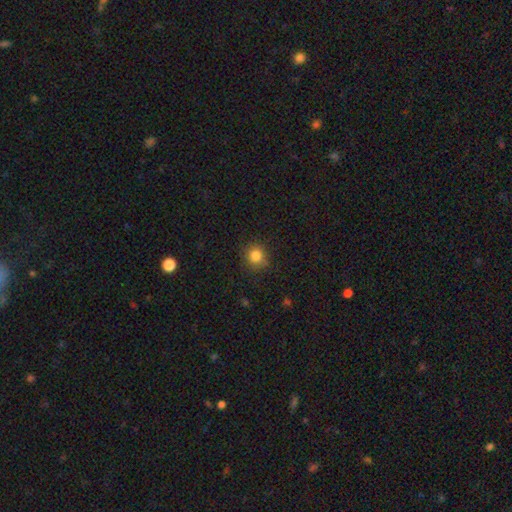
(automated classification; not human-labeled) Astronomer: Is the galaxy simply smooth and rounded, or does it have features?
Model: smooth — 84%.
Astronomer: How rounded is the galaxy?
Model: round — 89%.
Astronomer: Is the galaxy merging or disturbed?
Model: none — 84%.